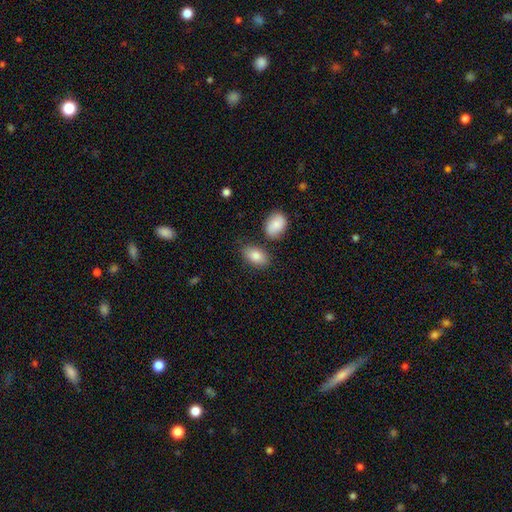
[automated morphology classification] This is clearly a smooth galaxy (86%). How rounded: clearly in between (90%). Merging: likely none (74%).